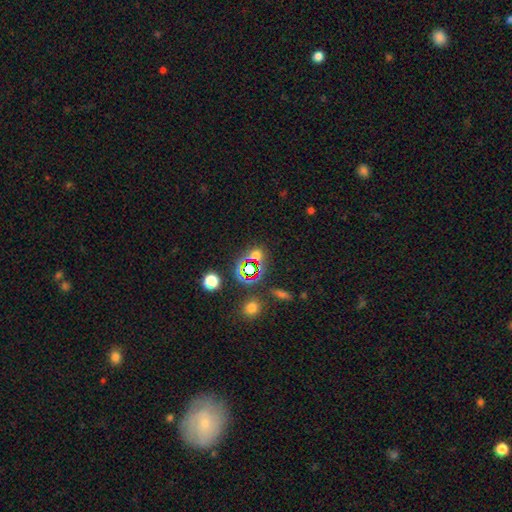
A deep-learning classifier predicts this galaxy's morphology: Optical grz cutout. It shows a star or artifact, not a galaxy (53%).